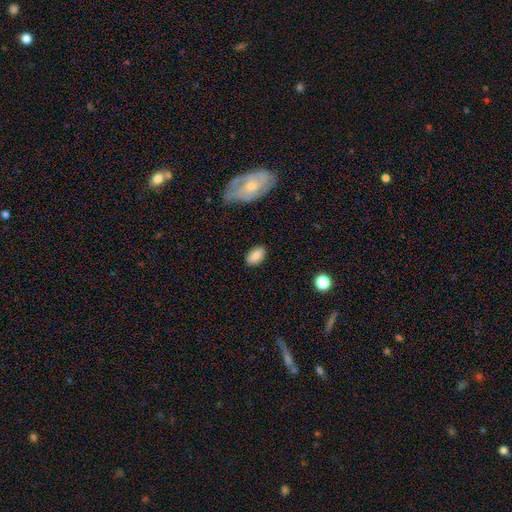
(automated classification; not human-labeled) Overall: smooth (83%). How rounded: in between (91%). Merging: none (84%).